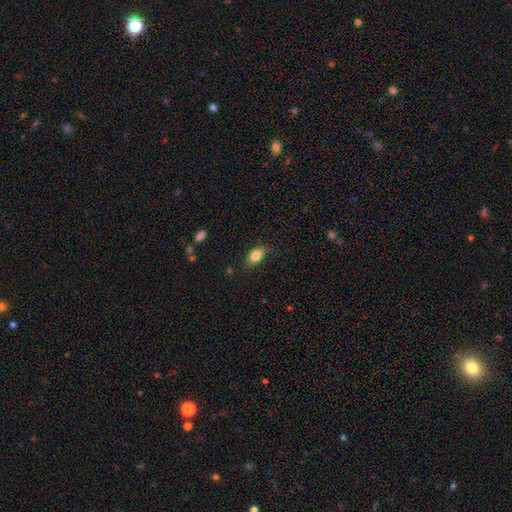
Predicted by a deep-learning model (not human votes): Q: Smooth or featured?
A: smooth (83%); runner-up: featured or disk (9%)
Q: How rounded?
A: in between (88%); runner-up: round (9%)
Q: Merging?
A: none (74%); runner-up: minor disturbance (20%)